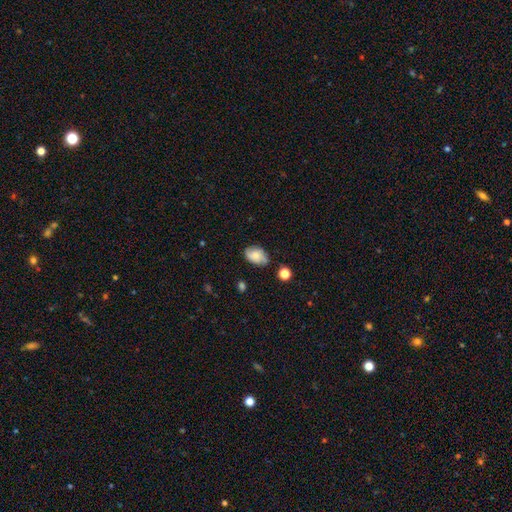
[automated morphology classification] smooth_or_featured: smooth (p=0.59) [alt: featured or disk p=0.31]
how_rounded: in between (p=0.84) [alt: round p=0.15]
merging: none (p=0.70) [alt: minor disturbance p=0.22]